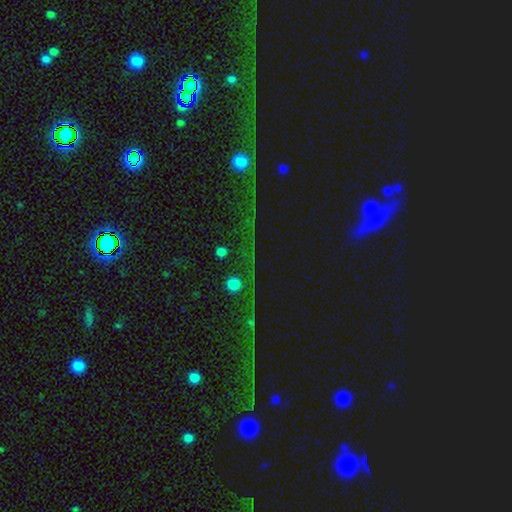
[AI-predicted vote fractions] Smooth or featured? star or artifact (76%)